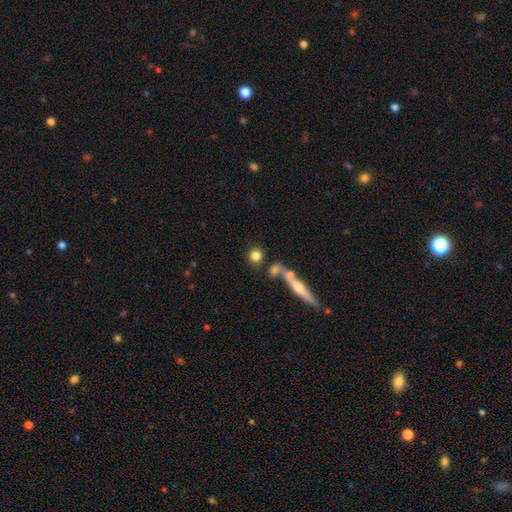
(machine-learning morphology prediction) The model was most divided on "merging": none: 72%, merger: 15%, minor disturbance: 9%, major disturbance: 4%. More confident: how rounded — round (84%); smooth or featured — smooth (78%).